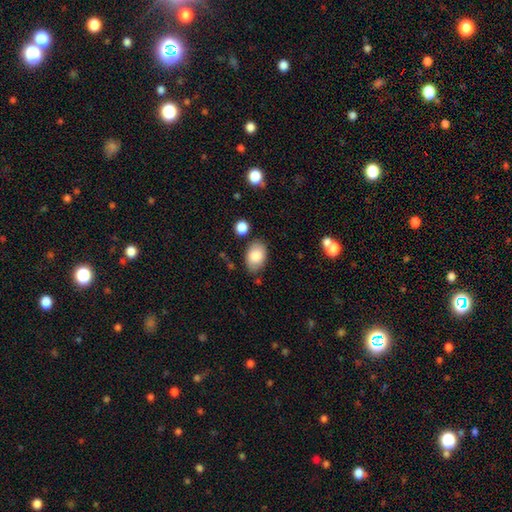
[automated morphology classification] Smooth or featured? Predicted: smooth (p=0.84). How rounded? Predicted: in between (p=0.87). Merging? Predicted: none (p=0.79).